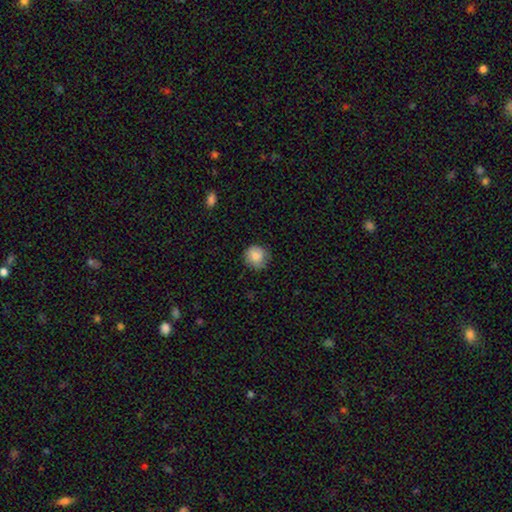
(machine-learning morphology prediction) This is clearly a smooth galaxy (84%). How rounded: clearly round (90%). Merging: likely none (76%).